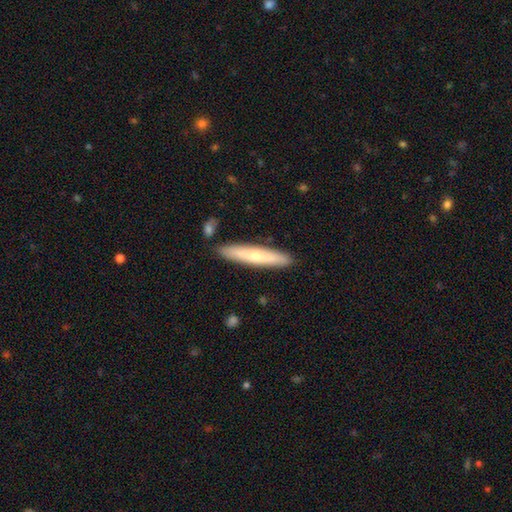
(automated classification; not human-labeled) The model was most divided on "smooth or featured": smooth: 59%, featured or disk: 35%, star or artifact: 6%. More confident: how rounded — cigar-shaped (91%); merging — none (87%).